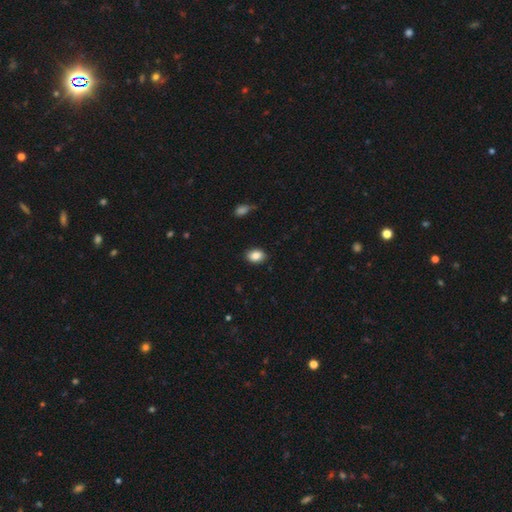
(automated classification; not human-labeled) Overall: smooth (85%). How rounded: in between (79%). Merging: none (88%).